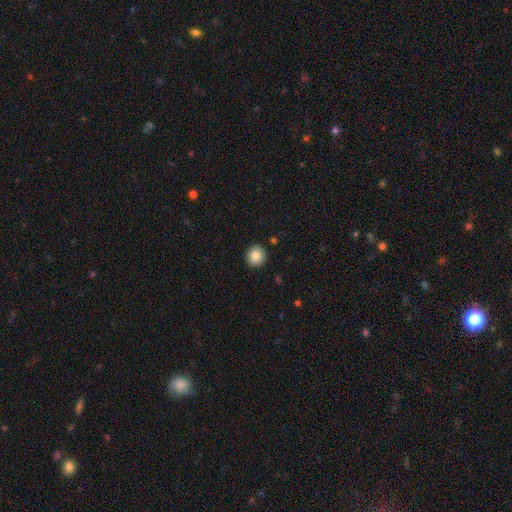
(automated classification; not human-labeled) Smooth or featured? smooth (87%)
How rounded? round (92%)
Merging? none (91%)